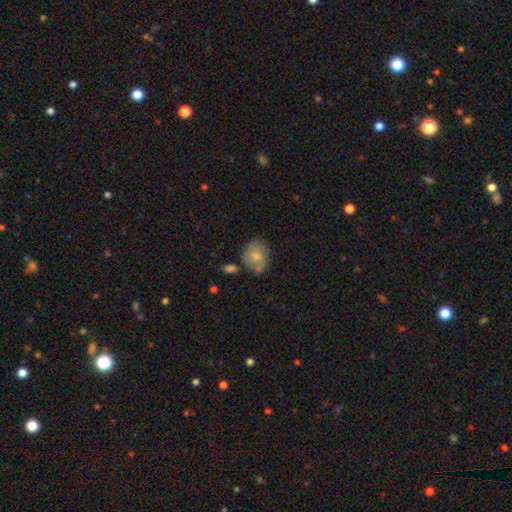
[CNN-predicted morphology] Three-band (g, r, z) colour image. It shows a smooth galaxy with no disk features (70%) that is round (60%). Merging: none (59%).